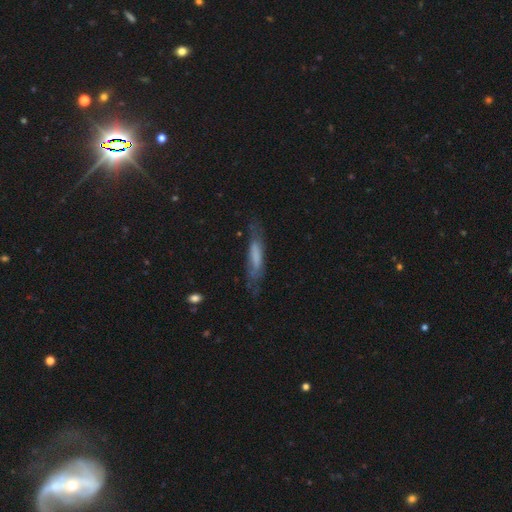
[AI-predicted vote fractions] Overall: smooth (52%; featured or disk 40%). How rounded: cigar-shaped (78%). Merging: none (64%; minor disturbance 24%).